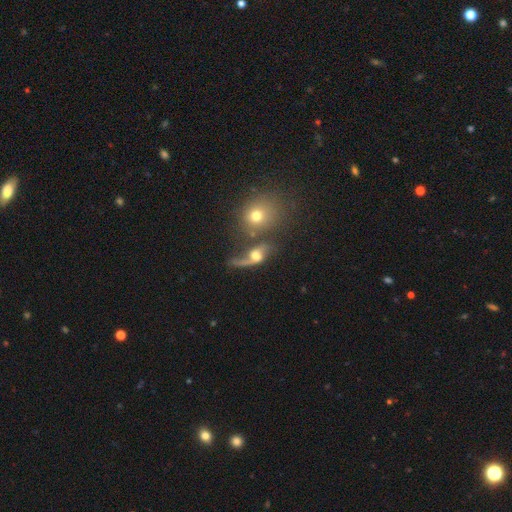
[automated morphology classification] Overall: featured or disk (62%; smooth 27%). Edge-on disk: no (93%). Bar: no (62%; weak 30%). Spiral arms: yes (82%). Bulge size: moderate (54%; large 24%). Merging: merger (31%; major disturbance 28%).